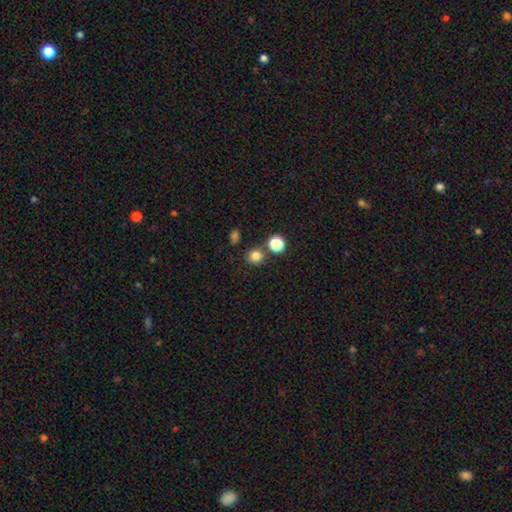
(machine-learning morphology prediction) A smooth galaxy with no disk features (79%) that is round (87%).

Vote fractions:
- Smooth or featured? smooth: 79% / star or artifact: 15% / featured or disk: 5%
- How rounded? round: 87% / in between: 12% / cigar-shaped: 1%
- Merging? none: 78% / merger: 11% / minor disturbance: 8% / major disturbance: 3%